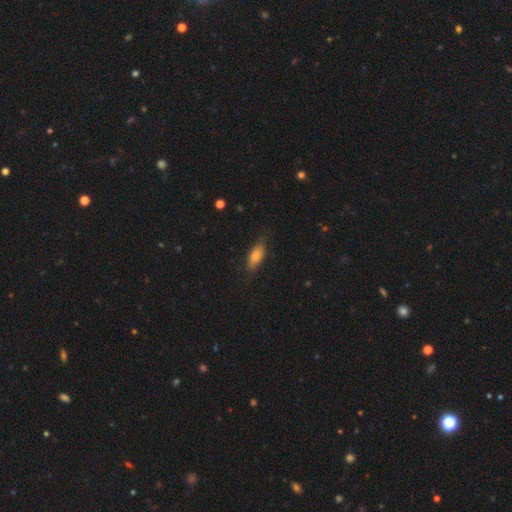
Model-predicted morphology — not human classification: A smooth galaxy with no disk features (71%) that is in between round and cigar-shaped (73%). Merging: none (76%).